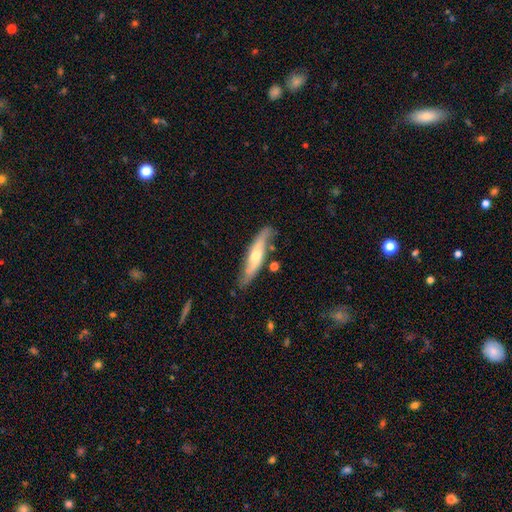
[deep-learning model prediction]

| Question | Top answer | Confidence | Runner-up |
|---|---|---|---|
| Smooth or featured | featured or disk | 59% | smooth (36%) |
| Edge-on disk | yes | 61% | no (39%) |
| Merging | none | 73% | minor disturbance (19%) |